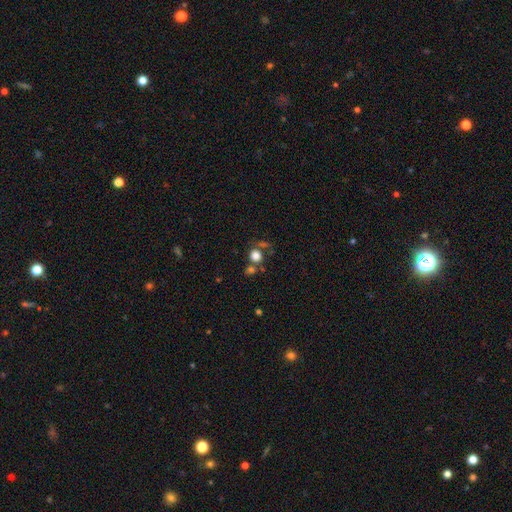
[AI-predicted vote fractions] The model was most divided on "merging": none: 59%, merger: 23%, minor disturbance: 11%, major disturbance: 7%. More confident: how rounded — round (84%); smooth or featured — smooth (77%).